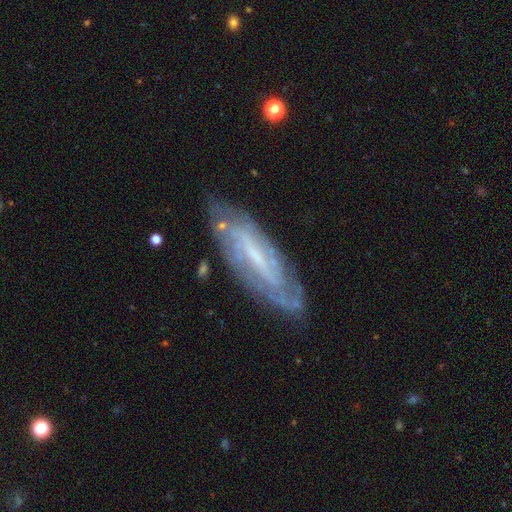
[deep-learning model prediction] A featured or disk galaxy (78%) with a weak bar (41%), tight (60%) spiral arms (88%) and a small central bulge (51%).

Vote fractions:
- Smooth or featured? featured or disk: 78% / smooth: 15% / star or artifact: 7%
- Edge-on disk? no: 79% / yes: 21%
- Bar? weak: 41% / strong: 37% / no: 22%
- Spiral arms? yes: 88% / no: 12%
- Spiral winding? tight: 60% / medium: 31% / loose: 9%
- Spiral arm count? can't tell: 50% / 2: 29% / 3: 9% / 4: 5% / 1: 4% / more than 4: 3%
- Bulge size? small: 51% / none: 23% / moderate: 22% / large: 3% / dominant: 1%
- Merging? none: 74% / minor disturbance: 18% / major disturbance: 6% / merger: 2%